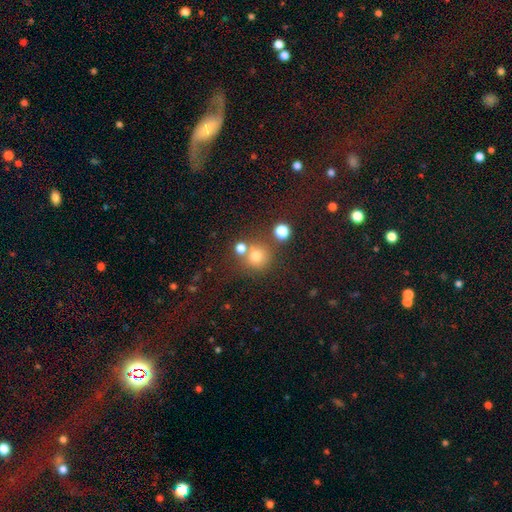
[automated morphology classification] A smooth galaxy with no disk features (73%) that is round (91%).

Vote fractions:
- Smooth or featured? smooth: 73% / star or artifact: 18% / featured or disk: 9%
- How rounded? round: 91% / in between: 8% / cigar-shaped: 1%
- Merging? none: 68% / merger: 18% / minor disturbance: 10% / major disturbance: 4%